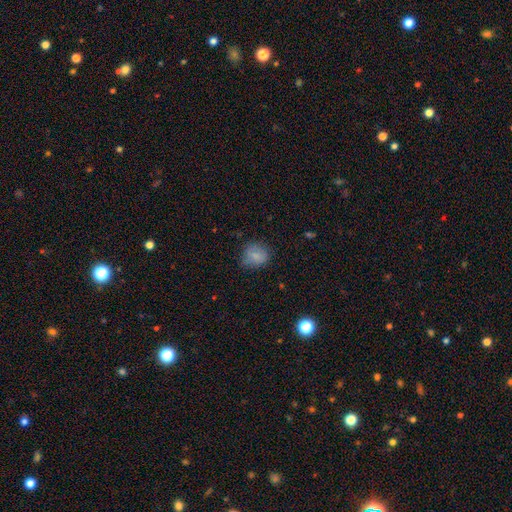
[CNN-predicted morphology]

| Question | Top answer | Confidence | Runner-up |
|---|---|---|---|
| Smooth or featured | smooth | 80% | star or artifact (10%) |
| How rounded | round | 70% | in between (29%) |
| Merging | none | 68% | minor disturbance (24%) |